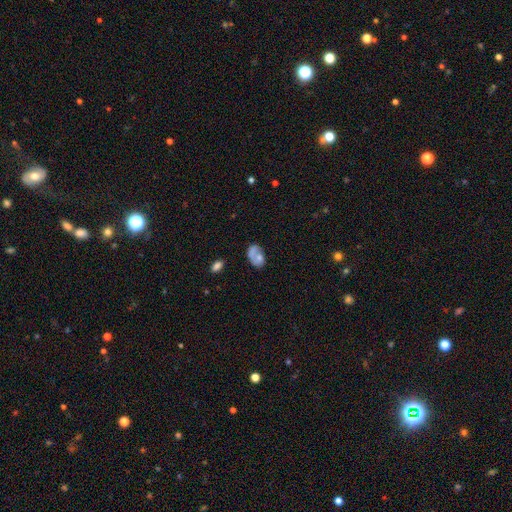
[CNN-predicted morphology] smooth-or-featured: smooth: 55% | featured or disk: 36% | star or artifact: 9%
  how-rounded: in between: 79% | round: 20% | cigar-shaped: 2%
  merging: none: 34% | merger: 25% | major disturbance: 22% | minor disturbance: 20%